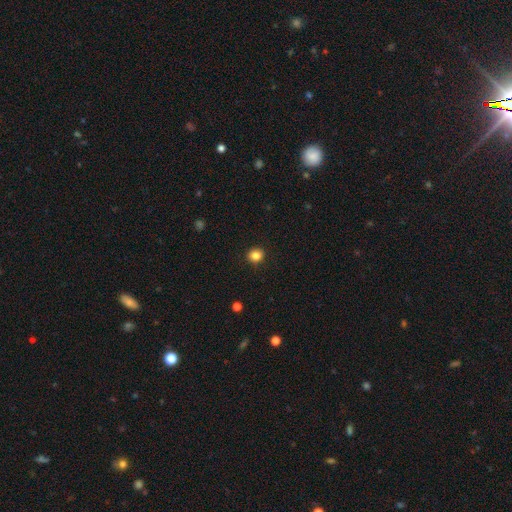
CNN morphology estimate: The model was most divided on "smooth or featured": smooth: 85%, star or artifact: 11%, featured or disk: 4%. More confident: merging — none (92%); how rounded — round (87%).